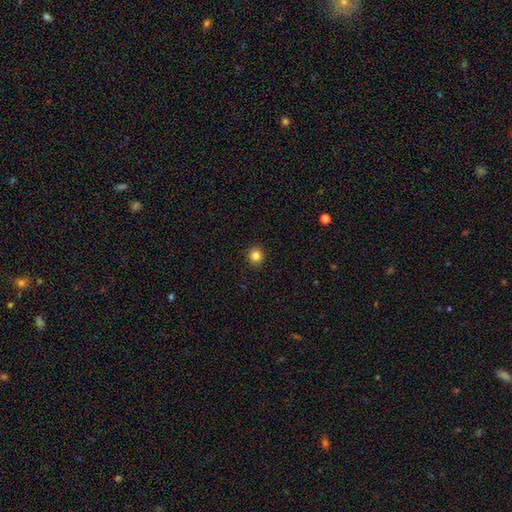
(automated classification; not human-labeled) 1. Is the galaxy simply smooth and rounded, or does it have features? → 84% smooth, 12% star or artifact, 4% featured or disk.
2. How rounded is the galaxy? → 92% round, 7% in between, 1% cigar-shaped.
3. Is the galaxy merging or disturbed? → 93% none, 5% minor disturbance, 2% major disturbance, 1% merger.